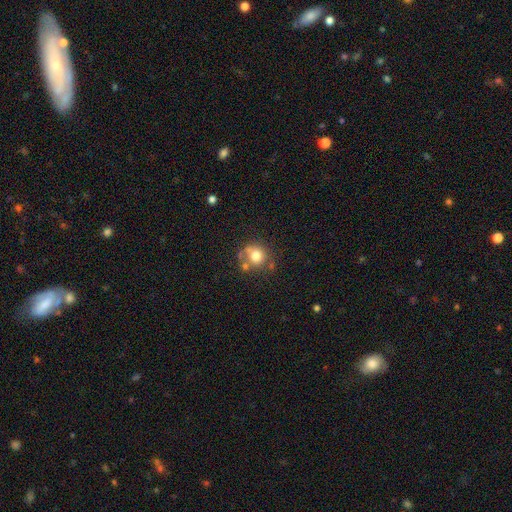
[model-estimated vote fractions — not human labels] This is likely a smooth galaxy (73%). How rounded: clearly round (87%). Merging: possibly none (55%).